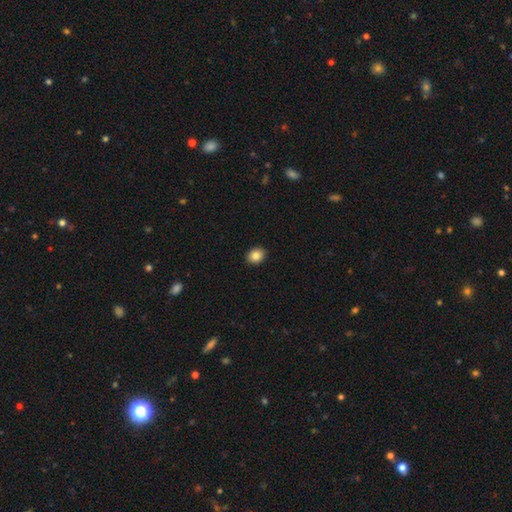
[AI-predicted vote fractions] Smooth or featured?
  - smooth: 85% *
  - star or artifact: 9%
  - featured or disk: 6%
How rounded?
  - in between: 50% *
  - round: 49%
  - cigar-shaped: 1%
Merging?
  - none: 92% *
  - minor disturbance: 6%
  - major disturbance: 2%
  - merger: 1%